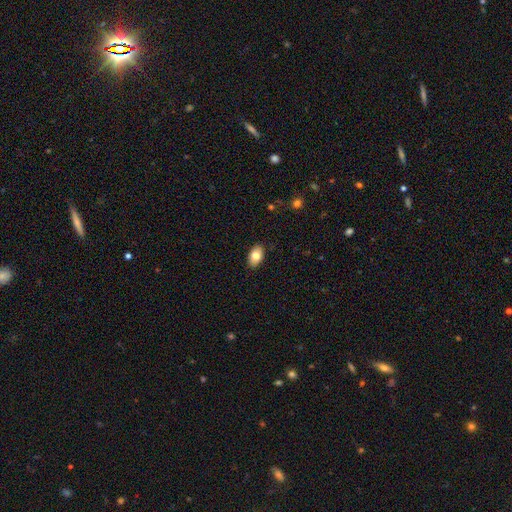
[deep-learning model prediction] This is likely a smooth galaxy (79%). How rounded: clearly in between (90%). Merging: clearly none (88%).